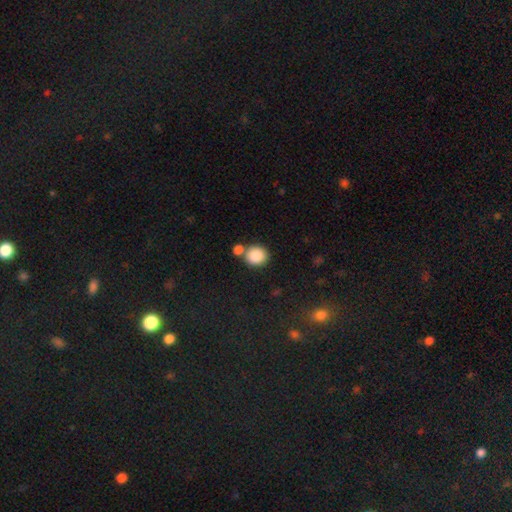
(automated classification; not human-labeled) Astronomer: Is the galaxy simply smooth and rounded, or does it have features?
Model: smooth — 87%.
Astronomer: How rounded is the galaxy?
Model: round — 84%.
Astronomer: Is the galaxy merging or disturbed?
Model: none — 62%.